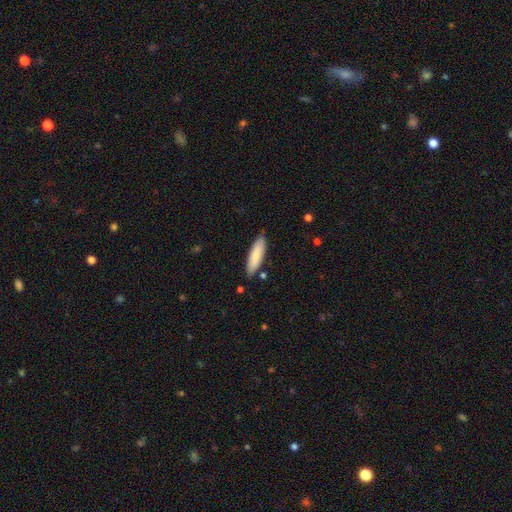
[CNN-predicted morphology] Smooth or featured? smooth (83%)
How rounded? cigar-shaped (58%)
Merging? none (84%)